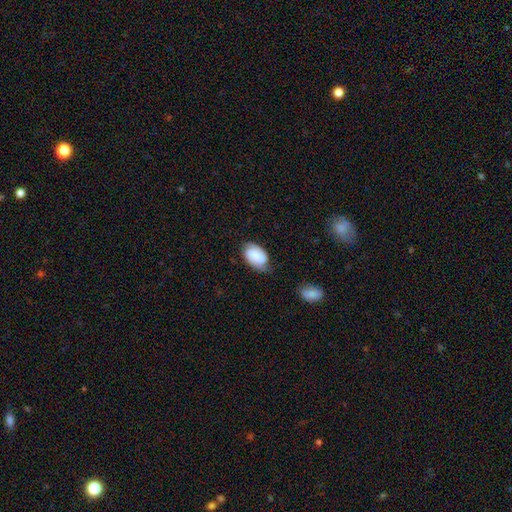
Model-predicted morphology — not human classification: This is possibly a smooth galaxy (49%). Merging: likely none (62%).